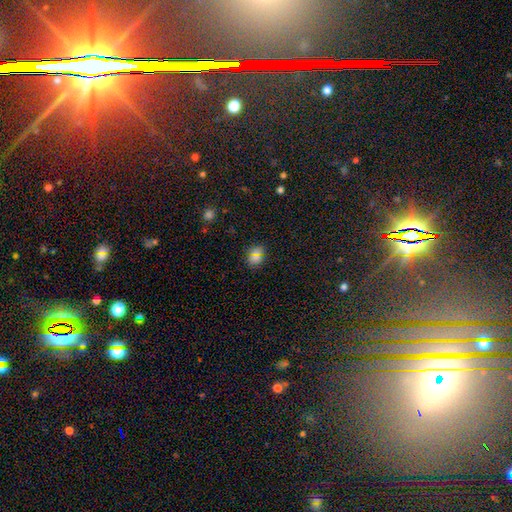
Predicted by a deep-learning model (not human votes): Smooth or featured? Predicted: smooth (p=0.70). How rounded? Predicted: round (p=0.67). Merging? Predicted: none (p=0.86).